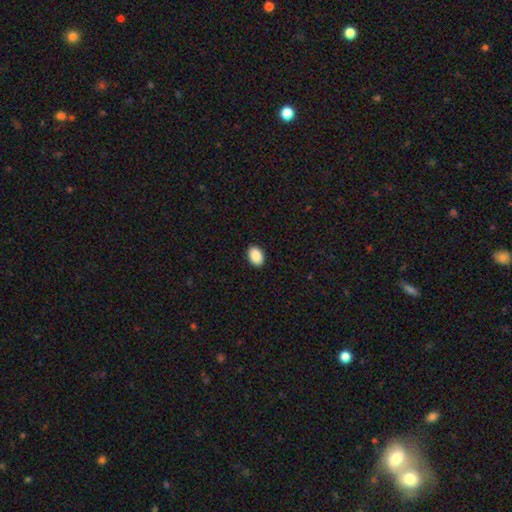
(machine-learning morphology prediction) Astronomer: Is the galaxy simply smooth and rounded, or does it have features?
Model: smooth — 90%.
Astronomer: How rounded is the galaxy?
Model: in between — 82%.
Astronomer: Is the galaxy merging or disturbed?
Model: none — 91%.